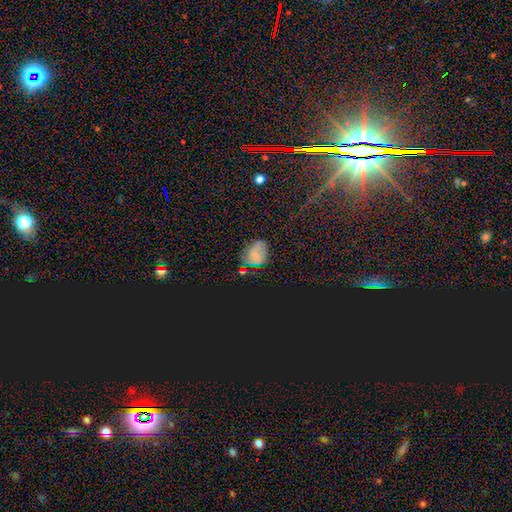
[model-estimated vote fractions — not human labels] smooth_or_featured: smooth (p=0.40) [alt: star or artifact p=0.33]
merging: none (p=0.58) [alt: minor disturbance p=0.26]